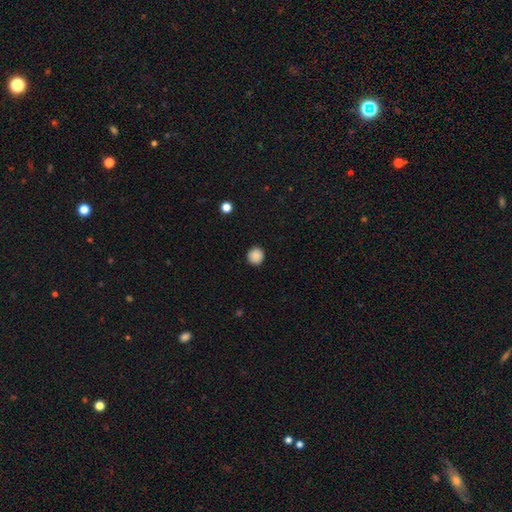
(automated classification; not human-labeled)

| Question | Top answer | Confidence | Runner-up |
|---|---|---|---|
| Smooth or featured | smooth | 88% | star or artifact (9%) |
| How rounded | round | 93% | in between (6%) |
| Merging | none | 91% | minor disturbance (6%) |